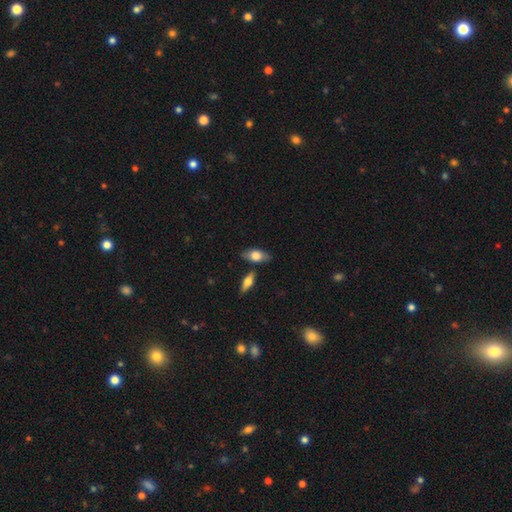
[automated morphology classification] Smooth or featured: smooth — 64% (featured or disk — 30%)
How rounded: in between — 83% (cigar-shaped — 12%)
Merging: none — 71% (minor disturbance — 15%)